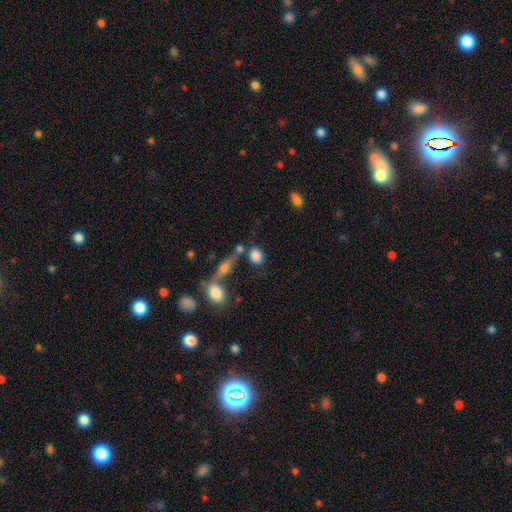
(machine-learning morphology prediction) Smooth or featured? smooth (80%)
How rounded? round (52%)
Merging? none (65%)